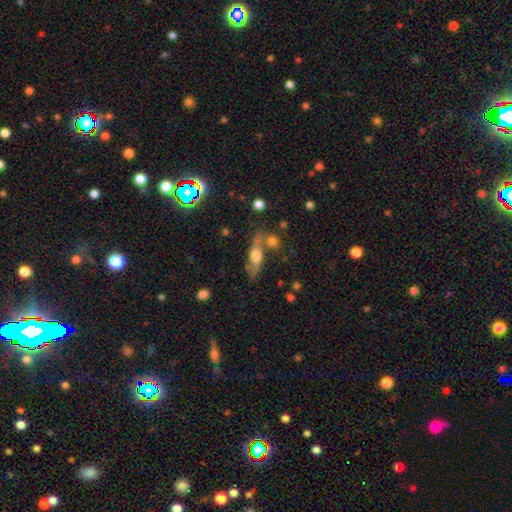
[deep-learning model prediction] The model was most divided on "smooth or featured": featured or disk: 48%, smooth: 42%, star or artifact: 10%. More confident: merging — none (58%).